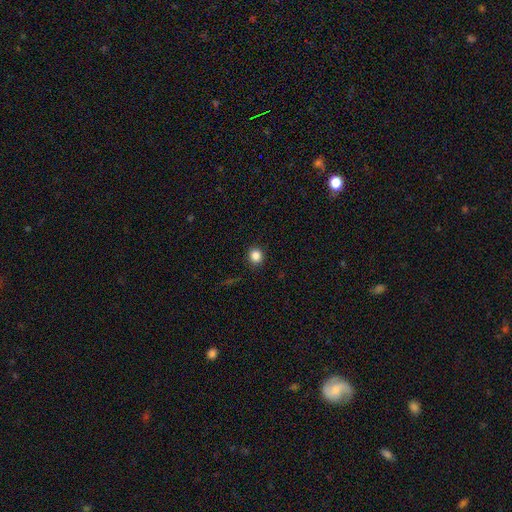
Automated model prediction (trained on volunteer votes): Smooth or featured?
  - smooth: 85% *
  - star or artifact: 11%
  - featured or disk: 4%
How rounded?
  - round: 86% *
  - in between: 13%
  - cigar-shaped: 1%
Merging?
  - none: 91% *
  - minor disturbance: 6%
  - major disturbance: 2%
  - merger: 1%